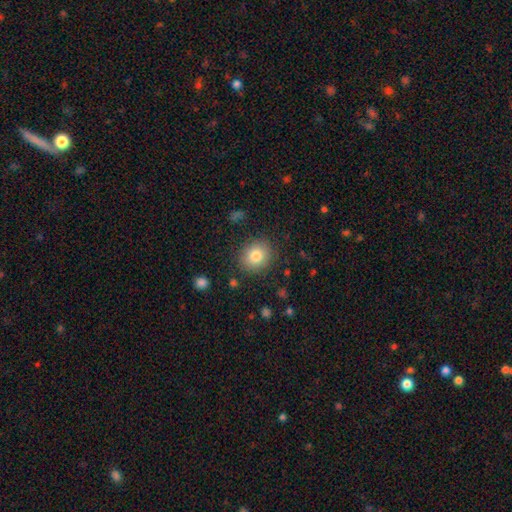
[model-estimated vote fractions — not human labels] Smooth or featured? Predicted: smooth (p=0.82). How rounded? Predicted: round (p=0.77). Merging? Predicted: none (p=0.86).